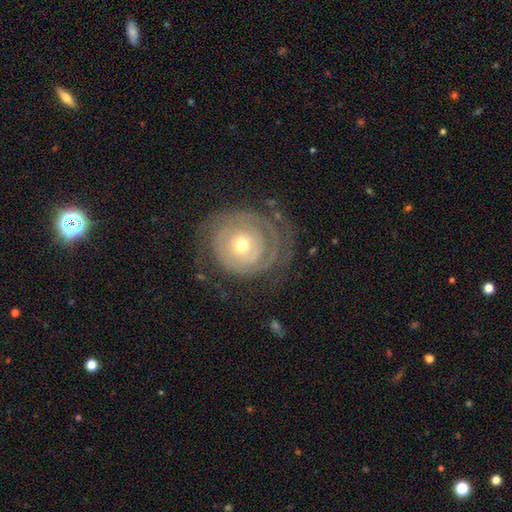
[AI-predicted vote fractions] Smooth or featured: featured or disk — 75% (smooth — 16%)
Edge-on disk: no — 97% (yes — 3%)
Bar: no — 78% (weak — 16%)
Spiral arms: yes — 82% (no — 18%)
Spiral winding: tight — 79% (medium — 15%)
Spiral arm count: can't tell — 40% (2 — 27%)
Bulge size: moderate — 51% (small — 43%)
Merging: none — 75% (minor disturbance — 14%)